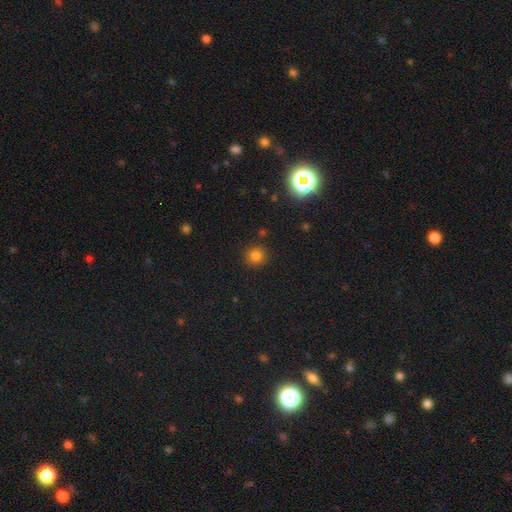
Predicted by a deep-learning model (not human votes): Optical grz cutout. It shows a smooth galaxy with no disk features (80%) that is round (92%). Merging: none (89%).